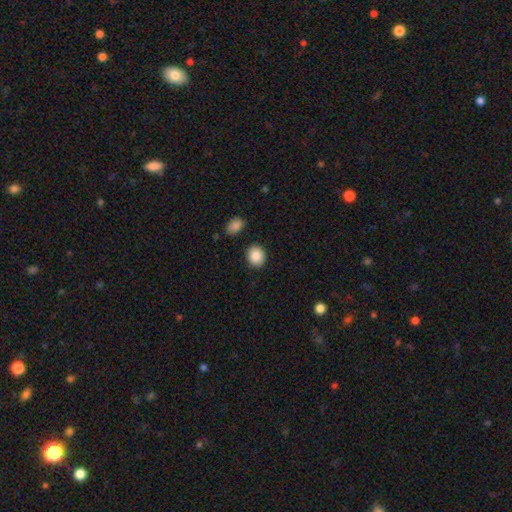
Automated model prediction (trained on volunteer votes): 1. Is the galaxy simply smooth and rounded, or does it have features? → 87% smooth, 8% star or artifact, 5% featured or disk.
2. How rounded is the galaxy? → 66% round, 33% in between, 1% cigar-shaped.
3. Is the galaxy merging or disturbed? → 89% none, 7% minor disturbance, 2% merger, 2% major disturbance.